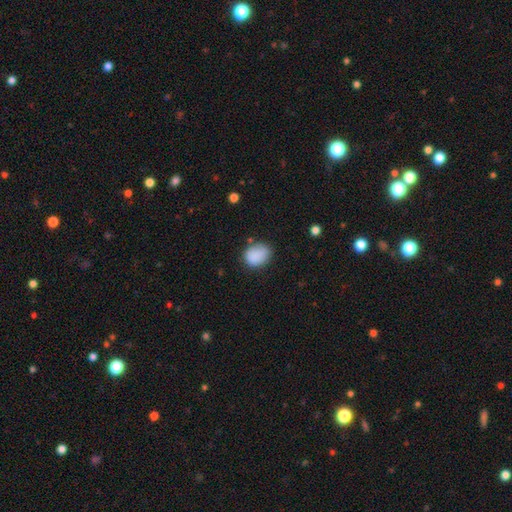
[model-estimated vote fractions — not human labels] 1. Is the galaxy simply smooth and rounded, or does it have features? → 86% smooth, 8% star or artifact, 5% featured or disk.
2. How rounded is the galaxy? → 51% in between, 48% round, 1% cigar-shaped.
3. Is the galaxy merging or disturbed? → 69% none, 22% minor disturbance, 6% major disturbance, 3% merger.